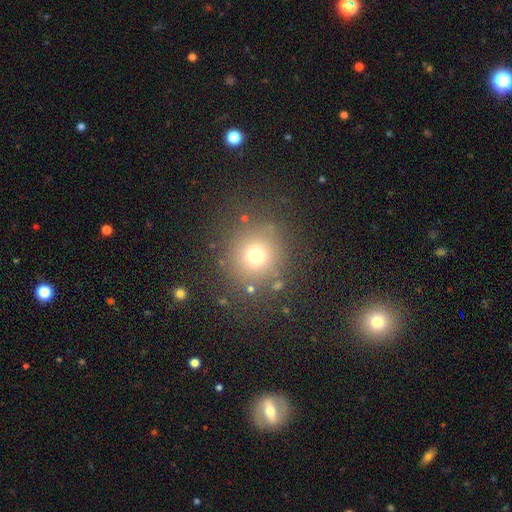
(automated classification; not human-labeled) Smooth or featured? Predicted: smooth (p=0.71). How rounded? Predicted: round (p=0.92). Merging? Predicted: none (p=0.83).